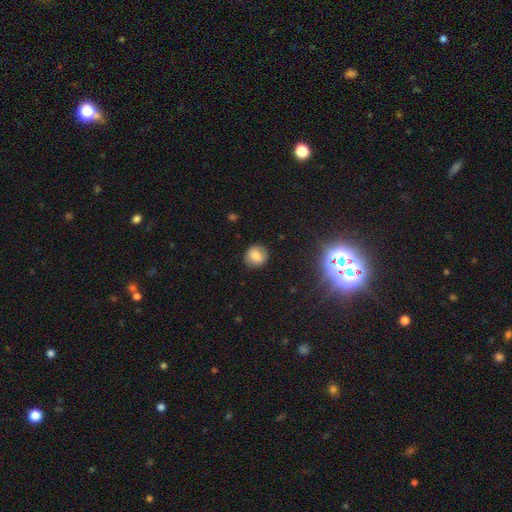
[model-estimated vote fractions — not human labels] Overall: smooth (74%). How rounded: round (81%). Merging: none (84%).